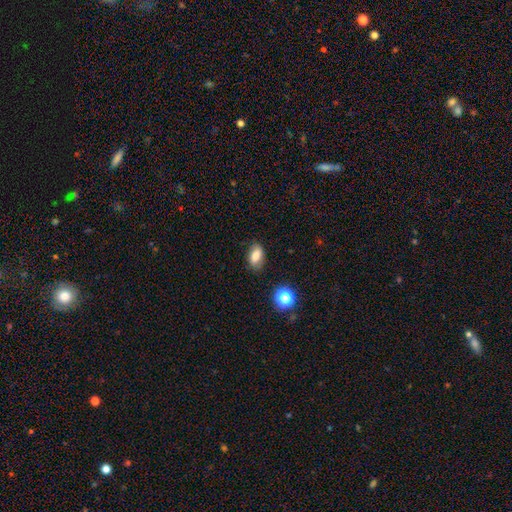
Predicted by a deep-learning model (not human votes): smooth_or_featured: smooth (p=0.80) [alt: star or artifact p=0.10]
how_rounded: in between (p=0.88) [alt: round p=0.08]
merging: none (p=0.80) [alt: minor disturbance p=0.15]